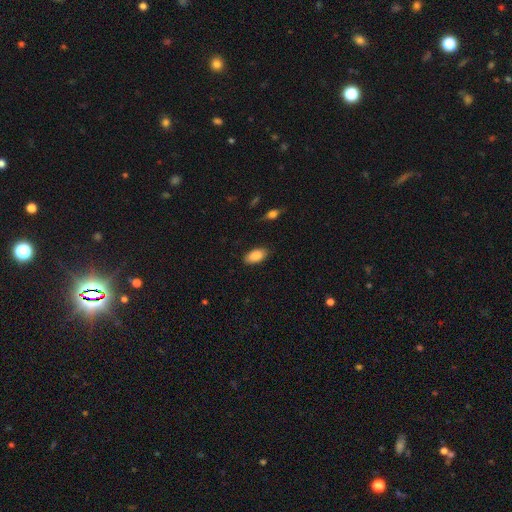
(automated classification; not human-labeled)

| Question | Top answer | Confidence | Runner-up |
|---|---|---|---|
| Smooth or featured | smooth | 88% | star or artifact (7%) |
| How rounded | in between | 93% | cigar-shaped (4%) |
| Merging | none | 84% | minor disturbance (12%) |